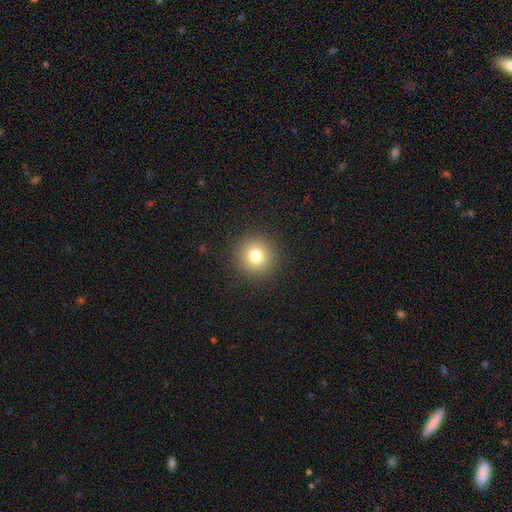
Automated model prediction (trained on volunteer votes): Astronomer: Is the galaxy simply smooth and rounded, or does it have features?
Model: smooth — 78%.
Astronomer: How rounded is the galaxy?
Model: round — 95%.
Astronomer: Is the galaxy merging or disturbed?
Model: none — 92%.